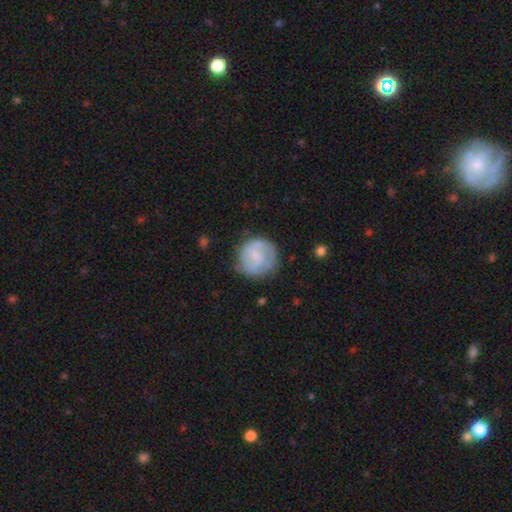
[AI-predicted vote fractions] This appears to be a smooth galaxy with no disk features (51%) that is round (91%). Merging: none (72%).